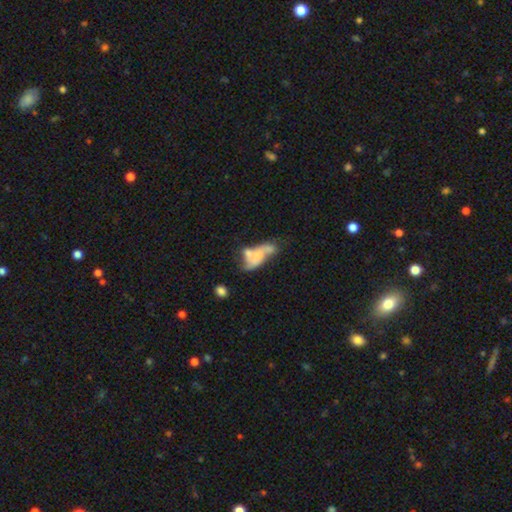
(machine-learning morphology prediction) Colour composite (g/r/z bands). It shows a featured or disk galaxy (47%). Merging: merger (43%).